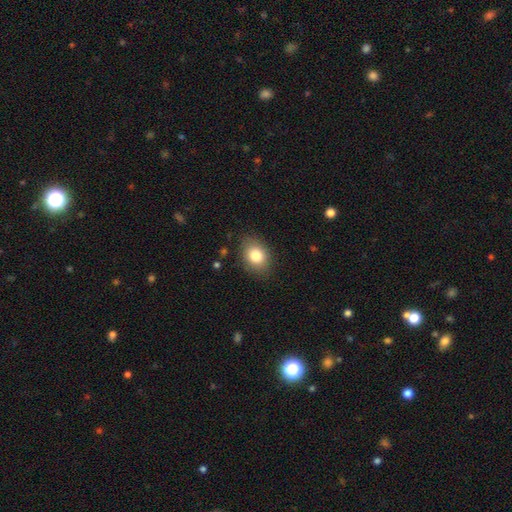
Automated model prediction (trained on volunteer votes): Overall: smooth (82%). How rounded: in between (65%; round 34%). Merging: none (84%).